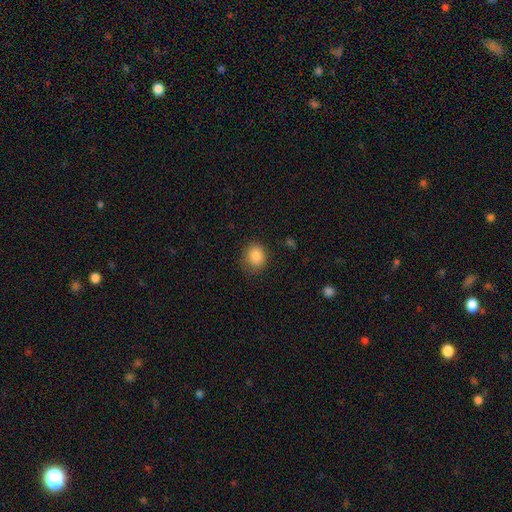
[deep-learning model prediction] smooth 86%, star or artifact 10%, featured or disk 4%. Down the decision tree: how rounded — round (67%); merging — none (82%).